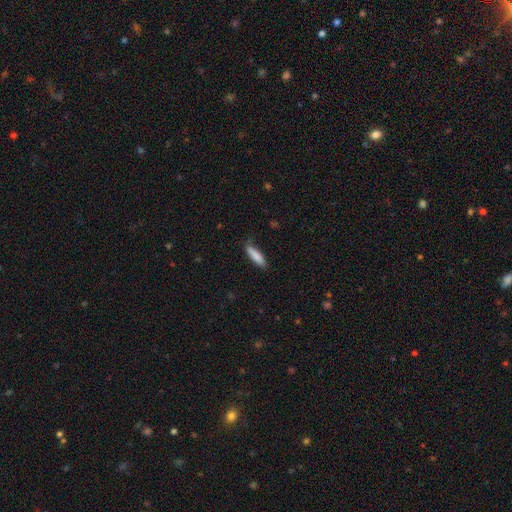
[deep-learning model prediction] Smooth or featured? Predicted: smooth (p=0.85). How rounded? Predicted: cigar-shaped (p=0.73). Merging? Predicted: none (p=0.79).